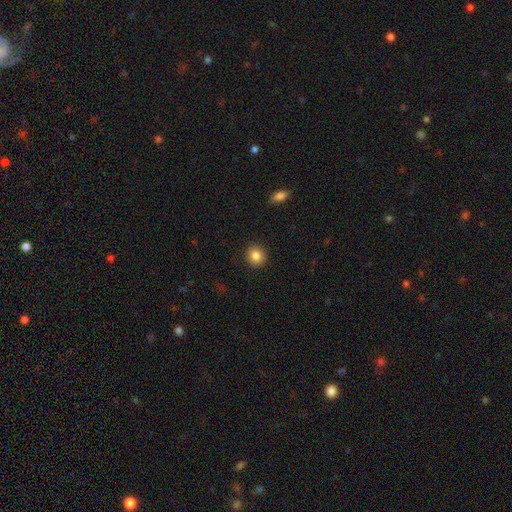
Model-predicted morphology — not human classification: Smooth or featured?
  - smooth: 84% *
  - star or artifact: 10%
  - featured or disk: 6%
How rounded?
  - round: 84% *
  - in between: 15%
  - cigar-shaped: 1%
Merging?
  - none: 91% *
  - minor disturbance: 6%
  - major disturbance: 2%
  - merger: 1%